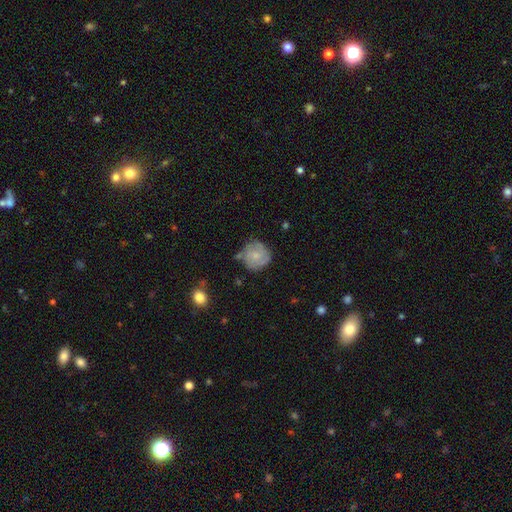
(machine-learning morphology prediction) Overall: smooth (55%; featured or disk 38%). How rounded: round (91%). Merging: none (69%).